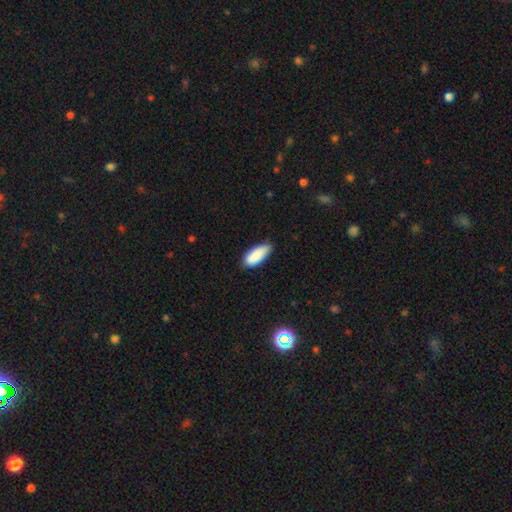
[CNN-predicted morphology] A smooth galaxy with no disk features (88%) that is in between round and cigar-shaped (82%).

Vote fractions:
- Smooth or featured? smooth: 88% / star or artifact: 6% / featured or disk: 6%
- How rounded? in between: 82% / cigar-shaped: 17% / round: 2%
- Merging? none: 74% / minor disturbance: 21% / major disturbance: 3% / merger: 1%